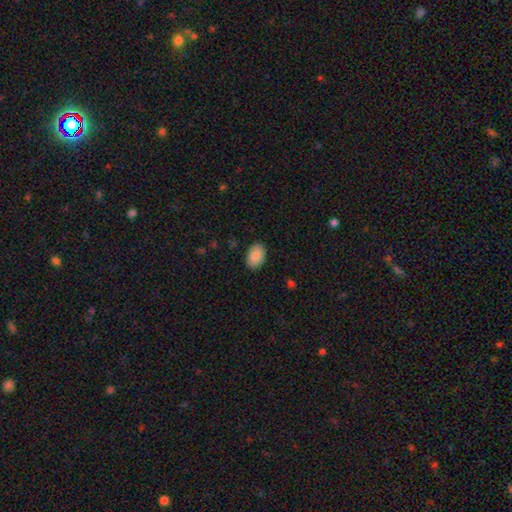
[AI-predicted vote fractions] Smooth or featured? Predicted: smooth (p=0.88). How rounded? Predicted: in between (p=0.89). Merging? Predicted: none (p=0.88).